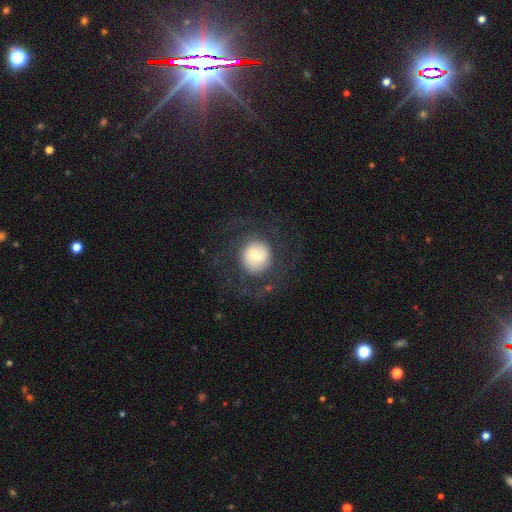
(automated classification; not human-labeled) This appears to be a featured or disk galaxy (47%). Merging: none (71%).